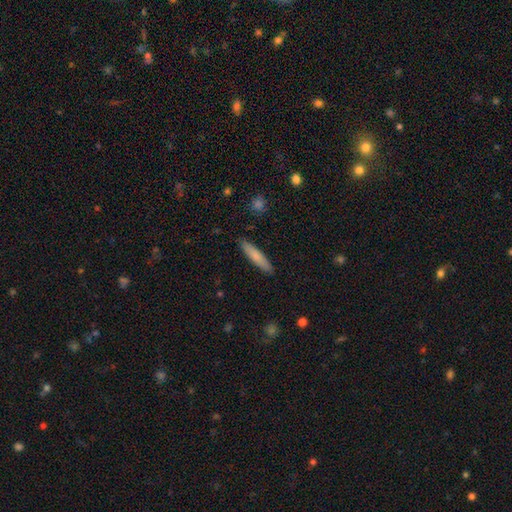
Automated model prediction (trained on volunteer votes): Smooth or featured? Predicted: smooth (p=0.77). How rounded? Predicted: cigar-shaped (p=0.86). Merging? Predicted: none (p=0.90).